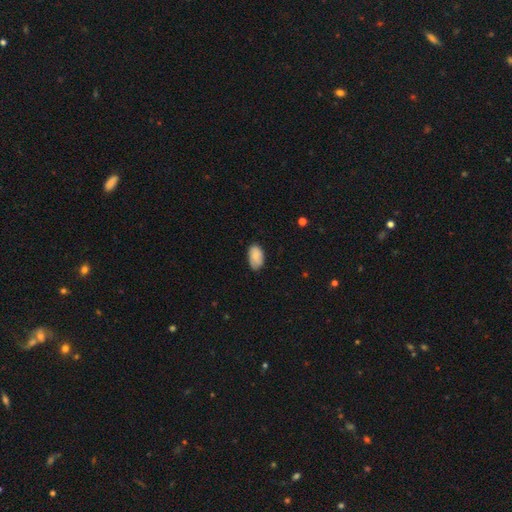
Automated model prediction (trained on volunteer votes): Smooth or featured?
  - smooth: 83% *
  - featured or disk: 11%
  - star or artifact: 7%
How rounded?
  - in between: 94% *
  - round: 5%
  - cigar-shaped: 1%
Merging?
  - none: 72% *
  - minor disturbance: 23%
  - major disturbance: 3%
  - merger: 1%